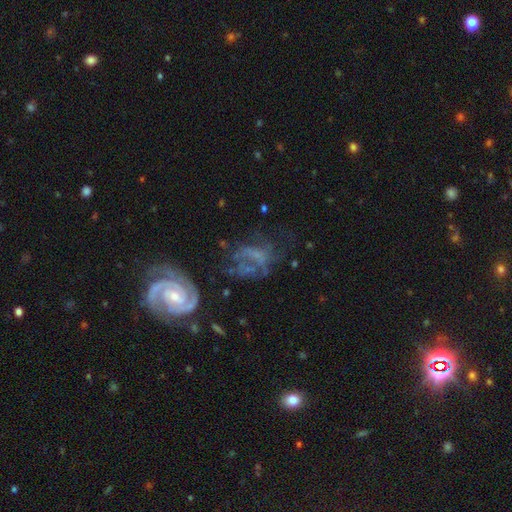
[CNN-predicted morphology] Smooth or featured? Predicted: featured or disk (p=0.72). Edge-on disk? Predicted: no (p=0.97). Bar? Predicted: no (p=0.61). Spiral arms? Predicted: yes (p=0.76). Spiral winding? Predicted: tight (p=0.41). Spiral arm count? Predicted: 2 (p=0.49). Bulge size? Predicted: none (p=0.40). Merging? Predicted: none (p=0.39).